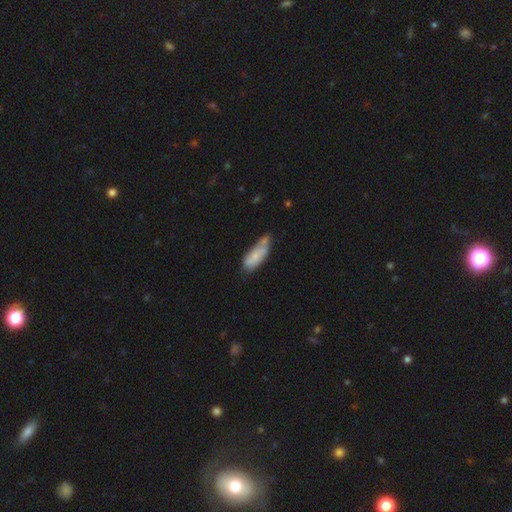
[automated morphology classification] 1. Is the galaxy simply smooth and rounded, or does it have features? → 70% smooth, 23% featured or disk, 7% star or artifact.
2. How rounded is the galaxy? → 63% in between, 35% cigar-shaped, 2% round.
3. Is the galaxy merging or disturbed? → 39% none, 35% minor disturbance, 15% merger, 11% major disturbance.